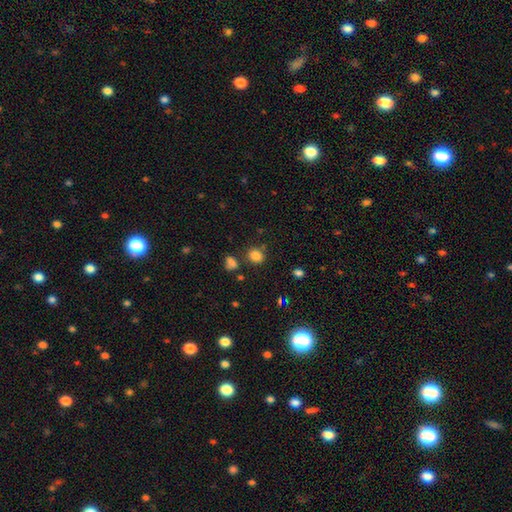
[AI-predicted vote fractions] Smooth or featured? smooth (81%)
How rounded? round (74%)
Merging? none (78%)